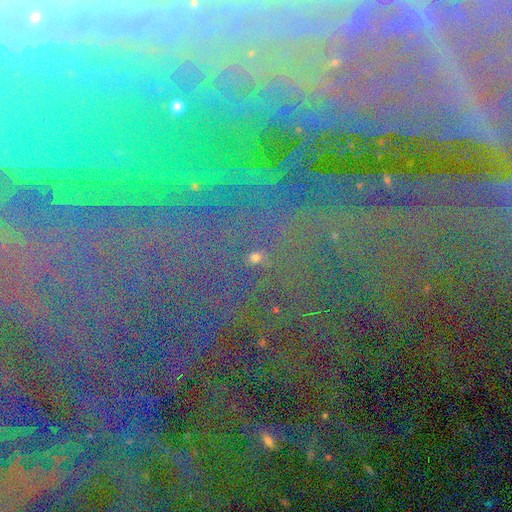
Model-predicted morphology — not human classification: A star or artifact, not a galaxy (82%).

Vote fractions:
- Smooth or featured? star or artifact: 82% / featured or disk: 10% / smooth: 8%